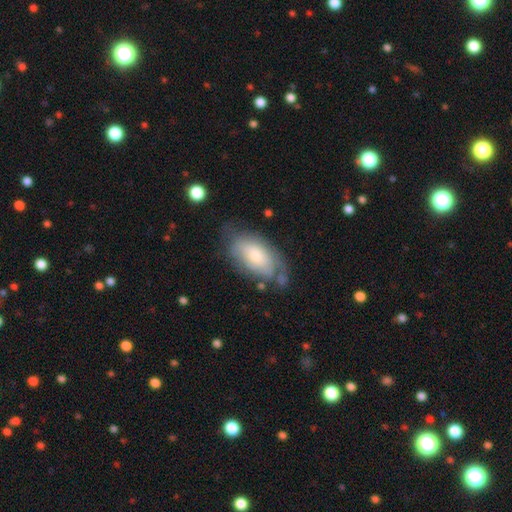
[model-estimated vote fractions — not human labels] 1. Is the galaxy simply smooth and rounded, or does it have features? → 57% smooth, 37% featured or disk, 6% star or artifact.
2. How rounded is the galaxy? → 93% in between, 4% round, 3% cigar-shaped.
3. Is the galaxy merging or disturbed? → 51% none, 30% minor disturbance, 14% major disturbance, 5% merger.